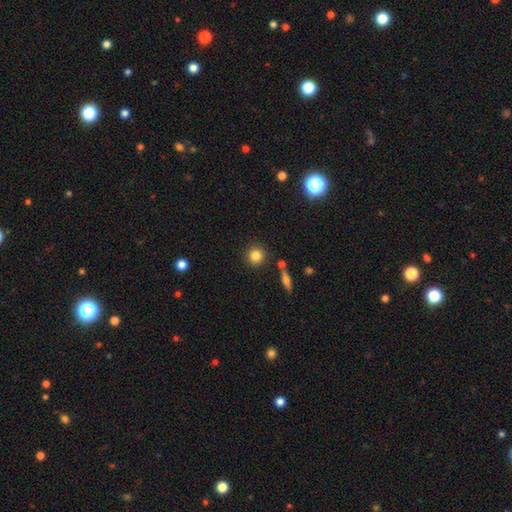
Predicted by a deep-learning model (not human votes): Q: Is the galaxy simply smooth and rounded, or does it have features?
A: smooth — 83%.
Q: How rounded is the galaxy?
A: round — 92%.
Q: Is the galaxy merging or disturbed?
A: none — 85%.